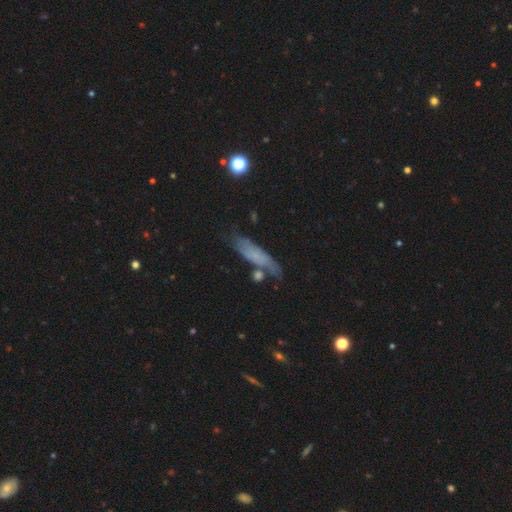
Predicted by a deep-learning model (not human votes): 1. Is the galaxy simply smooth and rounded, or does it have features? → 52% smooth, 37% featured or disk, 10% star or artifact.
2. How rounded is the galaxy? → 60% cigar-shaped, 37% in between, 3% round.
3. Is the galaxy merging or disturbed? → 58% none, 23% minor disturbance, 10% merger, 9% major disturbance.